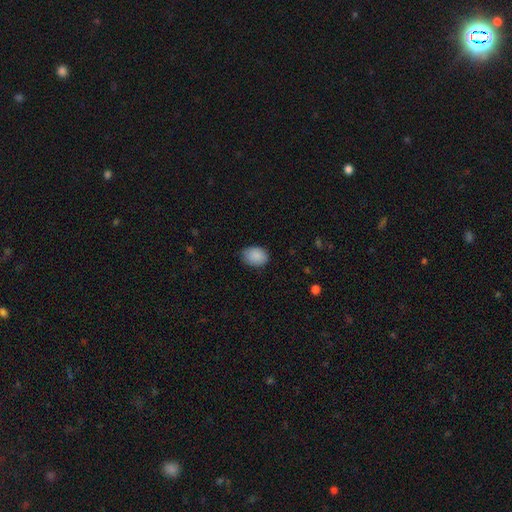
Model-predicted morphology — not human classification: This appears to be a smooth galaxy with no disk features (89%) that is in between round and cigar-shaped (71%). Merging: none (80%).